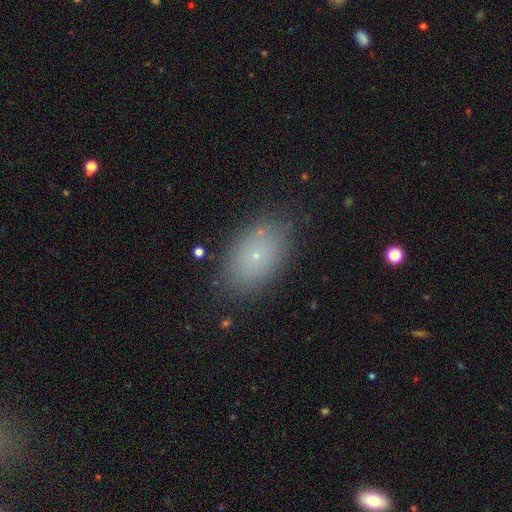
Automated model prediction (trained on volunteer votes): A smooth galaxy with no disk features (70%) that is in between round and cigar-shaped (85%).

Vote fractions:
- Smooth or featured? smooth: 70% / featured or disk: 16% / star or artifact: 14%
- How rounded? in between: 85% / round: 14% / cigar-shaped: 1%
- Merging? none: 83% / minor disturbance: 11% / major disturbance: 4% / merger: 2%